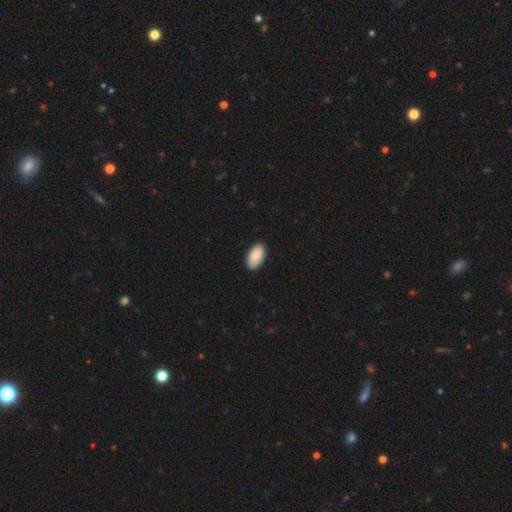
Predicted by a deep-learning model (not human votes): smooth-or-featured: smooth: 88% | featured or disk: 6% | star or artifact: 6%
  how-rounded: in between: 96% | round: 2% | cigar-shaped: 2%
  merging: none: 89% | minor disturbance: 9% | major disturbance: 2% | merger: 1%